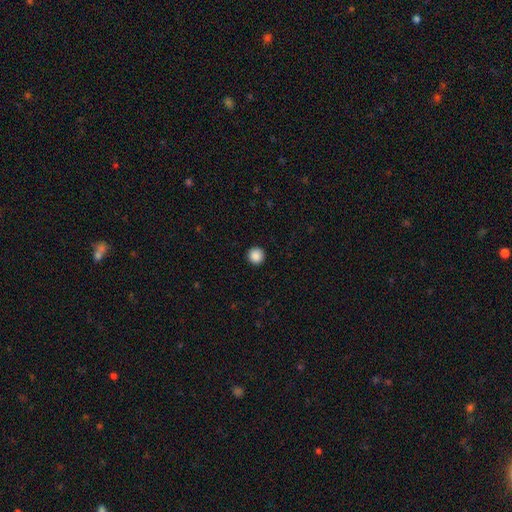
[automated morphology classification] smooth-or-featured: smooth: 89% | star or artifact: 9% | featured or disk: 2%
  how-rounded: round: 95% | in between: 4% | cigar-shaped: 1%
  merging: none: 93% | minor disturbance: 4% | major disturbance: 2% | merger: 1%